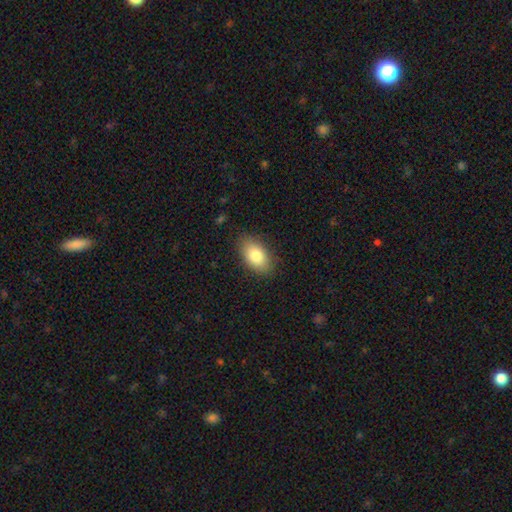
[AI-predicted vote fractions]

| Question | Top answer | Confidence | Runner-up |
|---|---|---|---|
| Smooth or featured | smooth | 83% | featured or disk (10%) |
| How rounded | in between | 92% | round (6%) |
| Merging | none | 85% | minor disturbance (11%) |